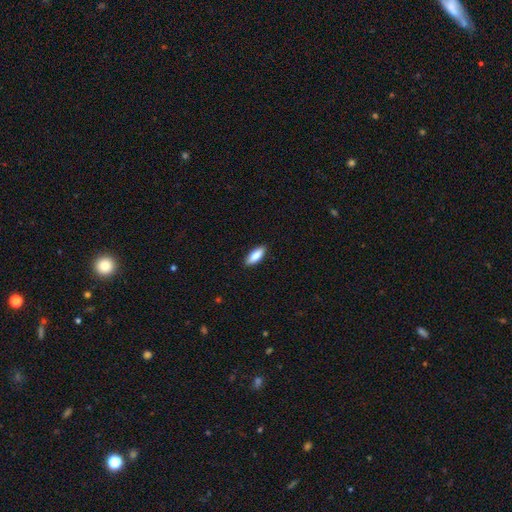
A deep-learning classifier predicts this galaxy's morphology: Smooth or featured?
  - smooth: 83% *
  - featured or disk: 11%
  - star or artifact: 6%
How rounded?
  - in between: 72% *
  - cigar-shaped: 26%
  - round: 2%
Merging?
  - none: 90% *
  - minor disturbance: 8%
  - major disturbance: 2%
  - merger: 1%